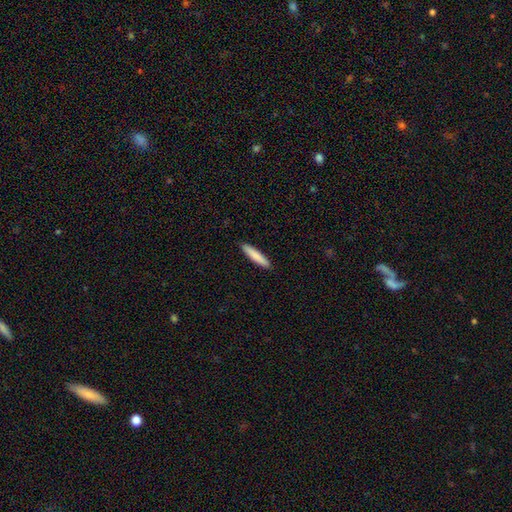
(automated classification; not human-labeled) Smooth or featured? Predicted: smooth (p=0.84). How rounded? Predicted: cigar-shaped (p=0.89). Merging? Predicted: none (p=0.92).